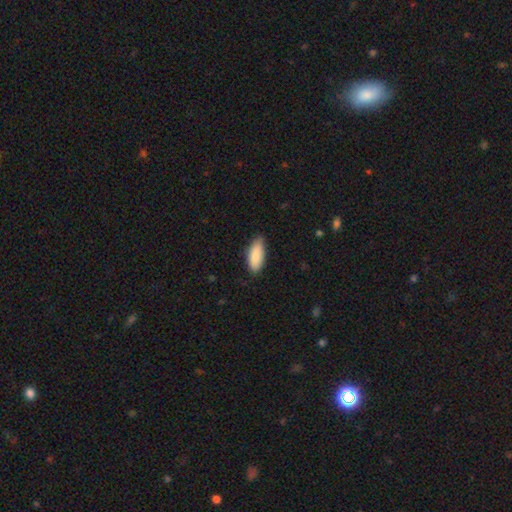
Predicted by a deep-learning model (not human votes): smooth 89%, star or artifact 6%, featured or disk 6%. Down the decision tree: how rounded — in between (80%); merging — none (80%).